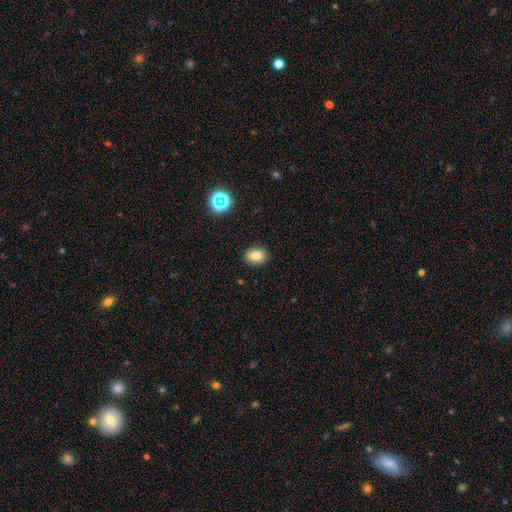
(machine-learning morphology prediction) smooth-or-featured: smooth: 79% | star or artifact: 12% | featured or disk: 9%
  how-rounded: in between: 68% | round: 31% | cigar-shaped: 1%
  merging: none: 88% | minor disturbance: 8% | major disturbance: 2% | merger: 1%